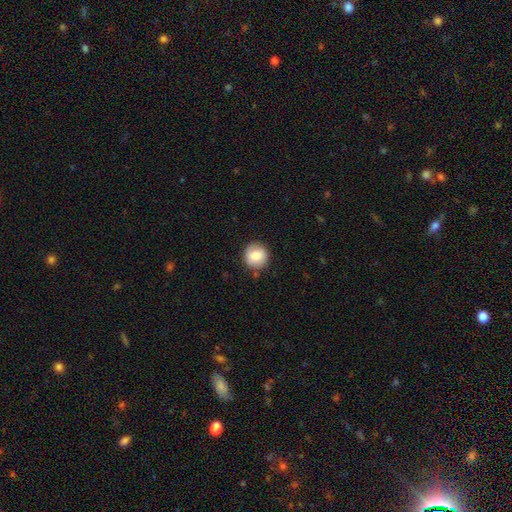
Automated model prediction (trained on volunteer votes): The model was most divided on "smooth or featured": smooth: 80%, featured or disk: 12%, star or artifact: 8%. More confident: how rounded — round (92%); merging — none (84%).